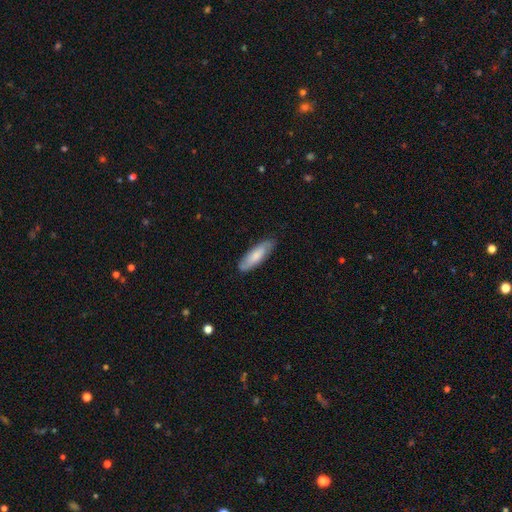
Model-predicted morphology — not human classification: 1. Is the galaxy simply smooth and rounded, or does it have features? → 69% smooth, 25% featured or disk, 5% star or artifact.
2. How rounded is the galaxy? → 50% in between, 49% cigar-shaped, 2% round.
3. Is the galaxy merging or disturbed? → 82% none, 14% minor disturbance, 3% major disturbance, 1% merger.